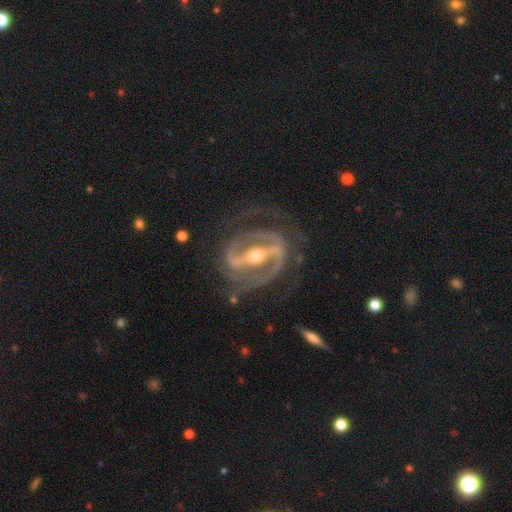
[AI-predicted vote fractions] A featured or disk galaxy (92%) with a strong bar (76%), 2 (82%) medium (48%) spiral arms (96%) and a moderate central bulge (51%).

Vote fractions:
- Smooth or featured? featured or disk: 92% / star or artifact: 4% / smooth: 3%
- Edge-on disk? no: 96% / yes: 4%
- Bar? strong: 76% / weak: 16% / no: 7%
- Spiral arms? yes: 96% / no: 4%
- Spiral winding? medium: 48% / tight: 40% / loose: 12%
- Spiral arm count? 2: 82% / 3: 7% / can't tell: 5% / 1: 2% / 4: 2% / more than 4: 2%
- Bulge size? moderate: 51% / small: 45% / large: 2% / none: 1% / dominant: 1%
- Merging? none: 69% / minor disturbance: 16% / major disturbance: 13% / merger: 2%